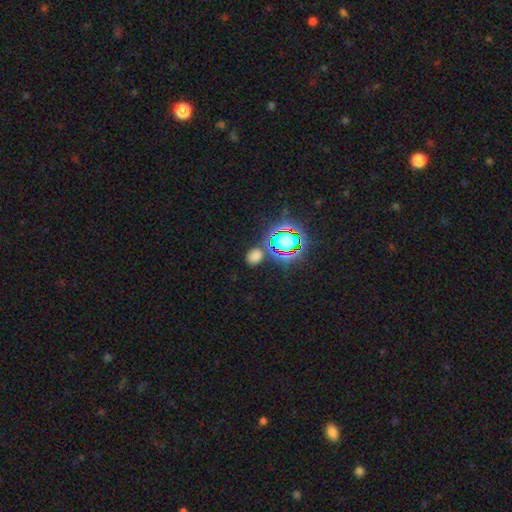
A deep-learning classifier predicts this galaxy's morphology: type=smooth (63%); roundness=in between (61%); merging=none (80%).